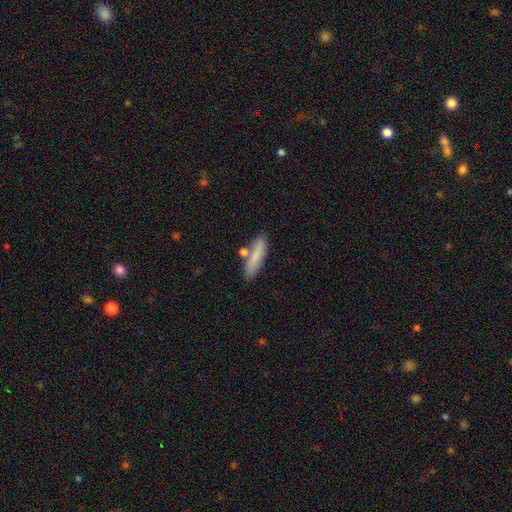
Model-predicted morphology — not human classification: smooth_or_featured: smooth (p=0.78) [alt: featured or disk p=0.15]
how_rounded: cigar-shaped (p=0.70) [alt: in between p=0.28]
merging: none (p=0.72) [alt: minor disturbance p=0.14]